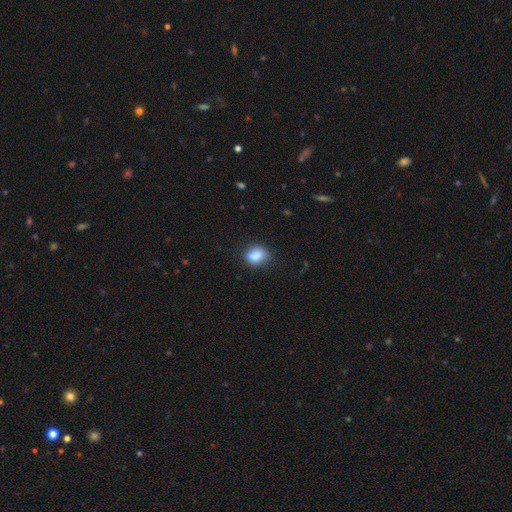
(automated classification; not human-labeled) Morphology: type=smooth (85%); roundness=in between (63%); merging=none (68%).